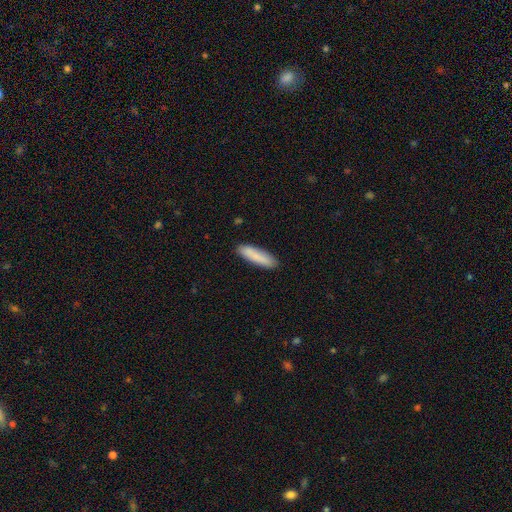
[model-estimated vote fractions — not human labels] Smooth or featured? smooth (86%)
How rounded? cigar-shaped (74%)
Merging? none (89%)